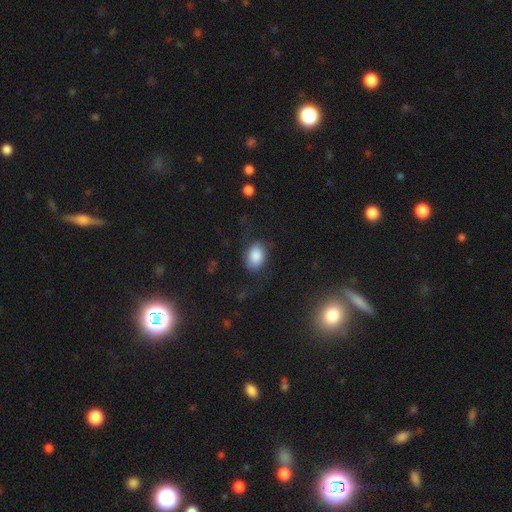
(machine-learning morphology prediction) smooth-or-featured: smooth: 80% | featured or disk: 12% | star or artifact: 8%
  how-rounded: in between: 81% | round: 18% | cigar-shaped: 1%
  merging: none: 65% | minor disturbance: 19% | major disturbance: 13% | merger: 2%